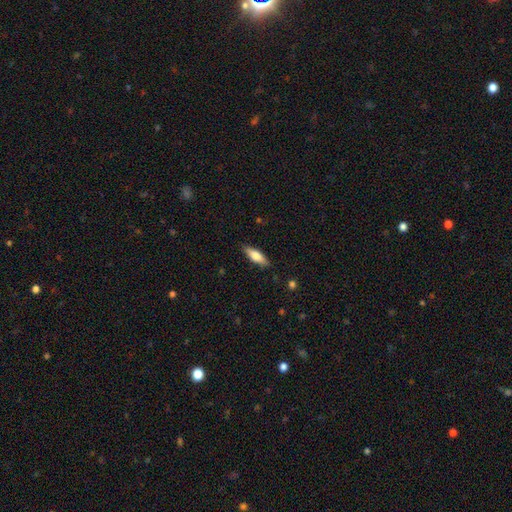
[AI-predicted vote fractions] A smooth galaxy with no disk features (66%) that is cigar-shaped (49%, tied with in between). Merging: none (86%).